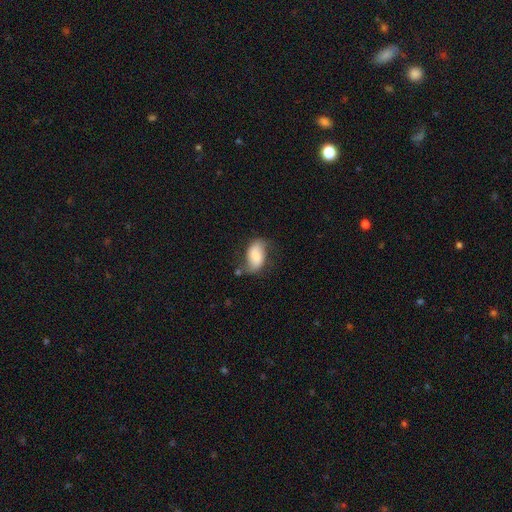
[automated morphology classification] The model was most divided on "merging": none: 53%, minor disturbance: 29%, major disturbance: 12%, merger: 5%. More confident: how rounded — in between (91%); smooth or featured — smooth (59%).